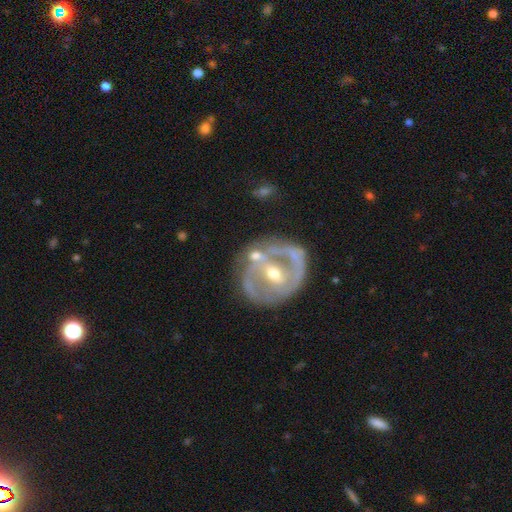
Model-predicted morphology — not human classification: Smooth or featured: featured or disk — 73% (smooth — 20%)
Edge-on disk: no — 97% (yes — 3%)
Bar: weak — 41% (no — 32%)
Spiral arms: yes — 62% (no — 38%)
Bulge size: moderate — 64% (small — 28%)
Merging: none — 53% (minor disturbance — 18%)